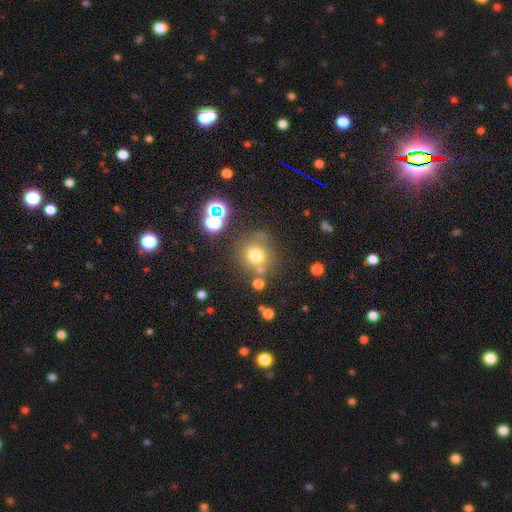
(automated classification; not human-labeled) Q: Smooth or featured?
A: smooth (69%); runner-up: star or artifact (20%)
Q: How rounded?
A: round (89%); runner-up: in between (10%)
Q: Merging?
A: none (67%); runner-up: minor disturbance (13%)